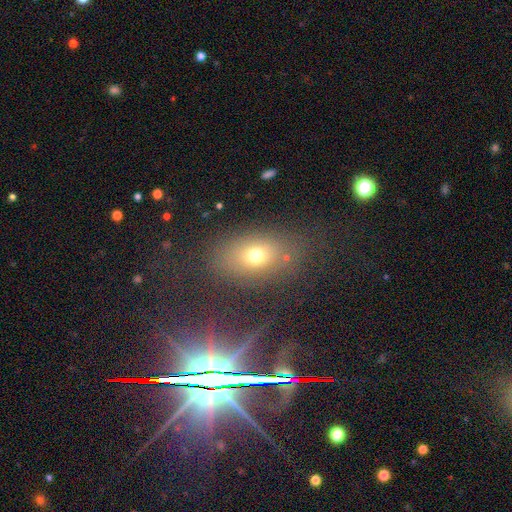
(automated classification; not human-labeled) Q: Smooth or featured?
A: smooth (67%); runner-up: star or artifact (17%)
Q: How rounded?
A: in between (75%); runner-up: round (22%)
Q: Merging?
A: none (72%); runner-up: minor disturbance (13%)